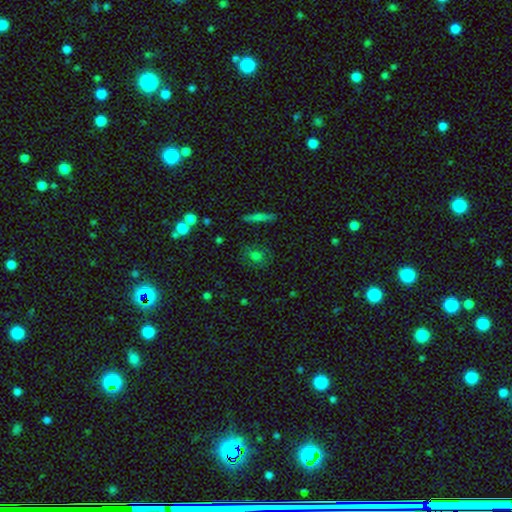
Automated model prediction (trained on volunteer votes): Smooth or featured?
  - smooth: 70% *
  - star or artifact: 17%
  - featured or disk: 14%
How rounded?
  - round: 56% *
  - in between: 39%
  - cigar-shaped: 5%
Merging?
  - none: 78% *
  - minor disturbance: 14%
  - major disturbance: 5%
  - merger: 3%